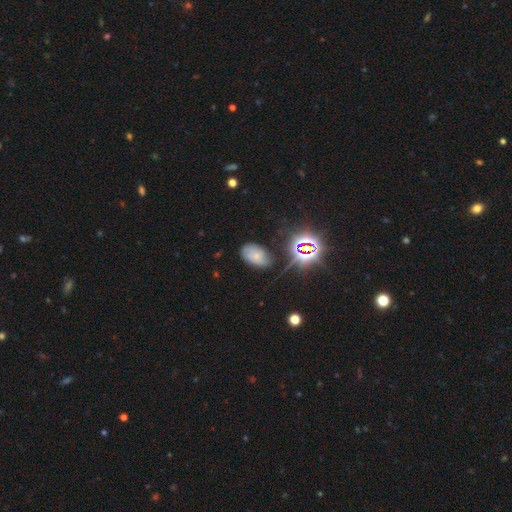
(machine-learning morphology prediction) A smooth galaxy with no disk features (55%) that is in between round and cigar-shaped (91%).

Vote fractions:
- Smooth or featured? smooth: 55% / star or artifact: 25% / featured or disk: 20%
- How rounded? in between: 91% / round: 7% / cigar-shaped: 1%
- Merging? none: 70% / minor disturbance: 21% / major disturbance: 7% / merger: 3%